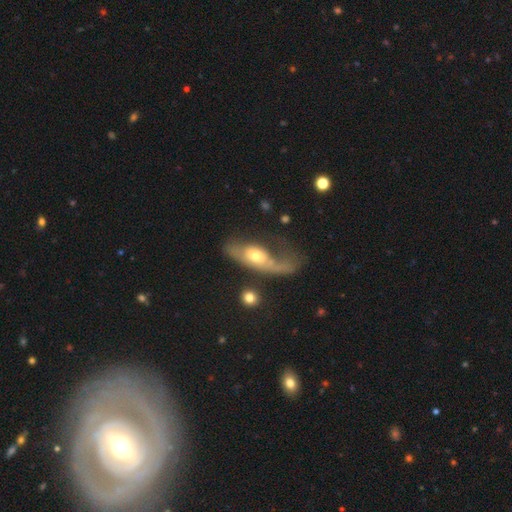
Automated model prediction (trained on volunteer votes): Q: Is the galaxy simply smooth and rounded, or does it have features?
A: featured or disk — 52%.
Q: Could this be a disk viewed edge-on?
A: no — 81%.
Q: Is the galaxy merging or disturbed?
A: major disturbance — 52%.